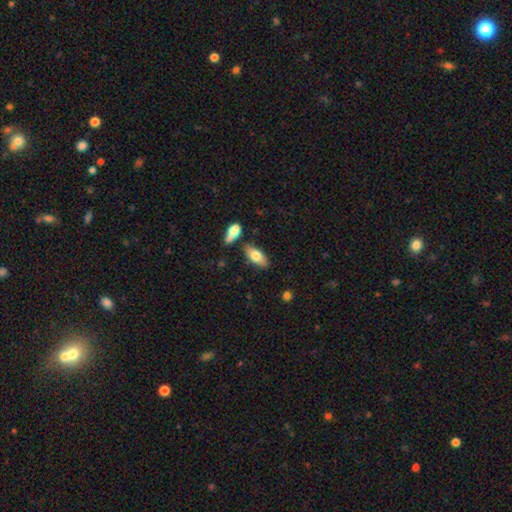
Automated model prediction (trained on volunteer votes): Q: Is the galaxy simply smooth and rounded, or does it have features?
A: smooth — 70%.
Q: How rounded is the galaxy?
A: in between — 80%.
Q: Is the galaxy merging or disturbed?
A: none — 75%.